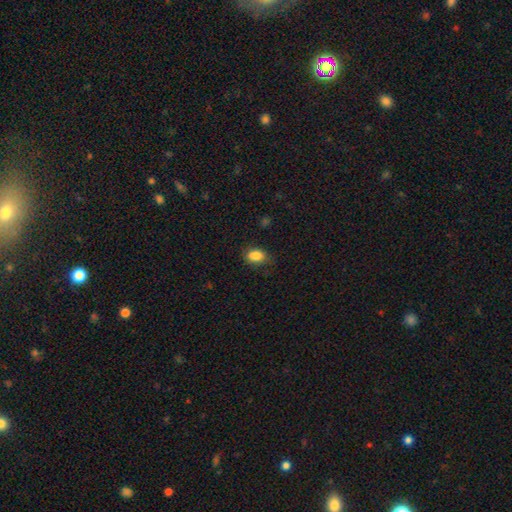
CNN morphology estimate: This appears to be a smooth galaxy with no disk features (86%) that is in between round and cigar-shaped (79%). Merging: none (70%).